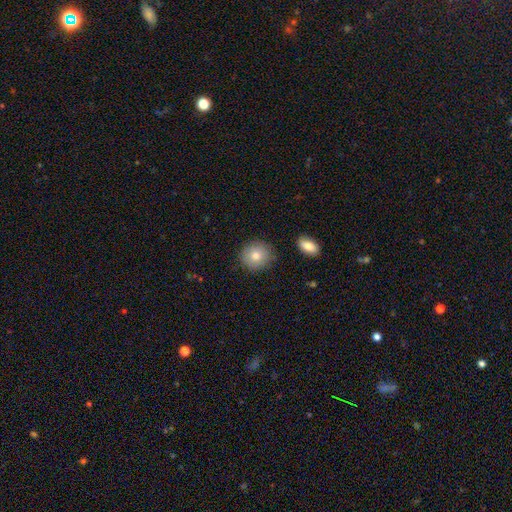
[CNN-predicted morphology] Q: Smooth or featured?
A: smooth (80%); runner-up: featured or disk (11%)
Q: How rounded?
A: round (86%); runner-up: in between (13%)
Q: Merging?
A: none (88%); runner-up: minor disturbance (8%)